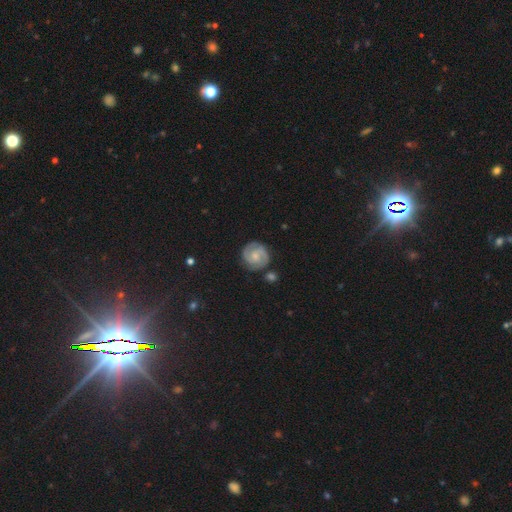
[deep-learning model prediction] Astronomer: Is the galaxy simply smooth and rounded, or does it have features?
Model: featured or disk — 75%.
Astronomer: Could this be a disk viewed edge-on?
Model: no — 98%.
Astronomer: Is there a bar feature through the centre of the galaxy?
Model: no — 54% (runner-up: weak, 39%).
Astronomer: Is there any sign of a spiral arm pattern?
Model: yes — 96%.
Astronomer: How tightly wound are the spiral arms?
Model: tight — 58% (runner-up: medium, 35%).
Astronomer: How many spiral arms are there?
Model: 2 — 81%.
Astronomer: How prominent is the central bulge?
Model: small — 44% (runner-up: moderate, 40%).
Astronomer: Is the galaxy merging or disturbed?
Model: none — 80%.